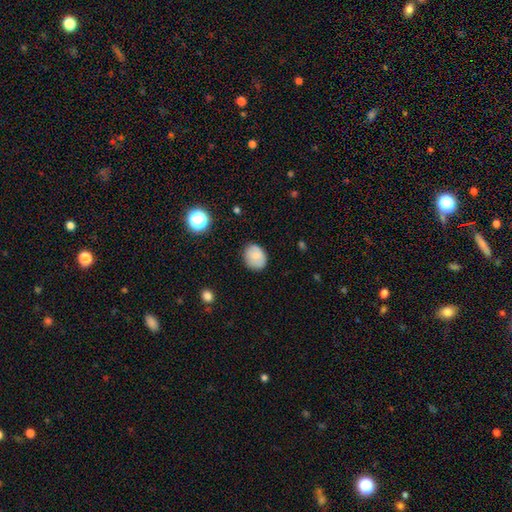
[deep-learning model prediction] Morphology: type=smooth (82%); roundness=round (55%); merging=none (81%).